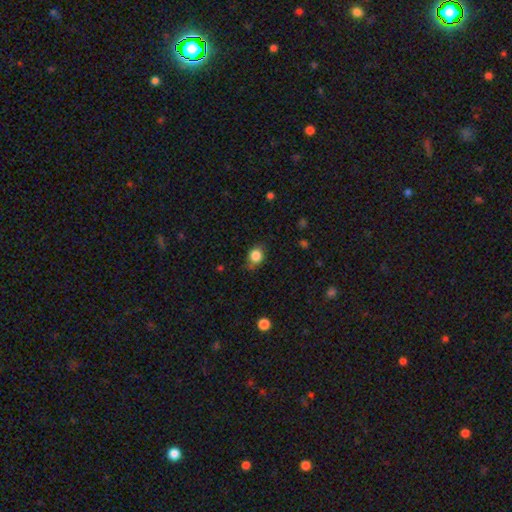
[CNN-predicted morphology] Smooth or featured?
  - smooth: 84% *
  - star or artifact: 10%
  - featured or disk: 6%
How rounded?
  - round: 61% *
  - in between: 38%
  - cigar-shaped: 1%
Merging?
  - none: 69% *
  - minor disturbance: 24%
  - major disturbance: 6%
  - merger: 2%